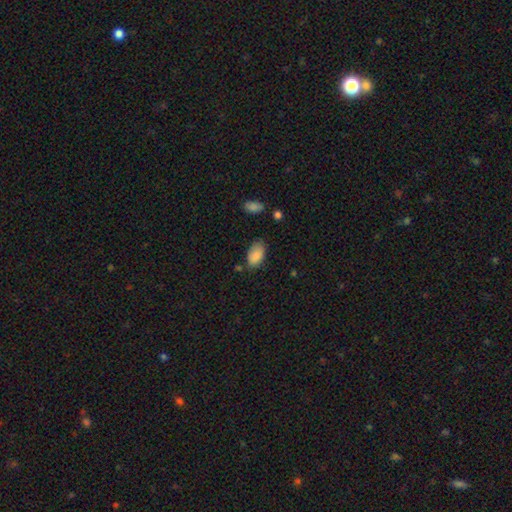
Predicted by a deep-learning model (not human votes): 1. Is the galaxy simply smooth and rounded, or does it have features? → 87% smooth, 7% star or artifact, 6% featured or disk.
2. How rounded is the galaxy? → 93% in between, 6% round, 1% cigar-shaped.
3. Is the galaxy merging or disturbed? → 65% none, 26% minor disturbance, 5% major disturbance, 4% merger.